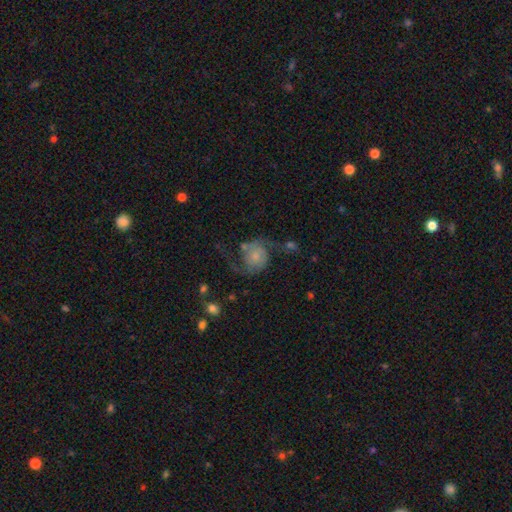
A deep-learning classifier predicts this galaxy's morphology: A featured or disk galaxy (74%) with no bar (74%), 2 (92%) loose (58%) spiral arms (94%) and a small central bulge (45%). Merging: none (52%).